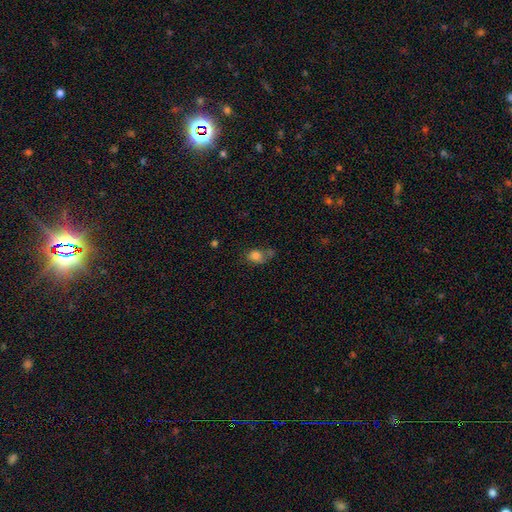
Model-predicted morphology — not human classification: This is likely a smooth galaxy (80%). How rounded: possibly in between (54%). Merging: marginally none (42%).